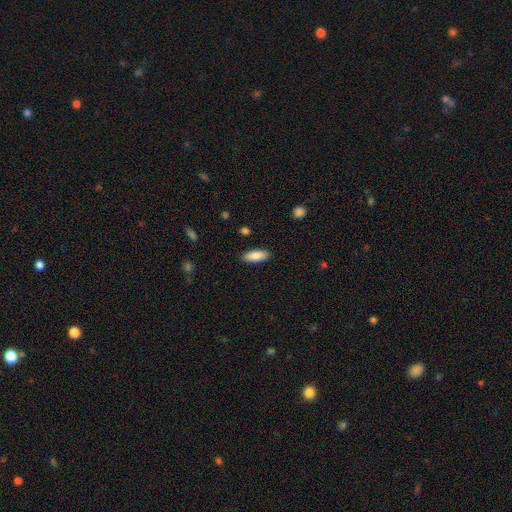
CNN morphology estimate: The model was most divided on "how rounded": in between: 75%, cigar-shaped: 23%, round: 2%. More confident: merging — none (88%); smooth or featured — smooth (84%).